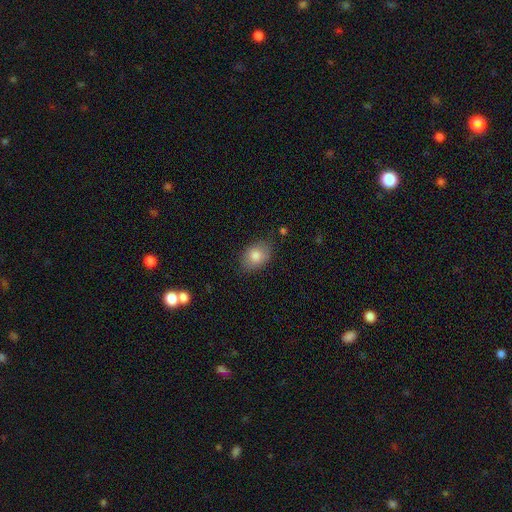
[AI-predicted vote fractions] smooth-or-featured: smooth: 82% | featured or disk: 10% | star or artifact: 8%
  how-rounded: in between: 74% | round: 25% | cigar-shaped: 1%
  merging: none: 79% | minor disturbance: 16% | major disturbance: 3% | merger: 2%